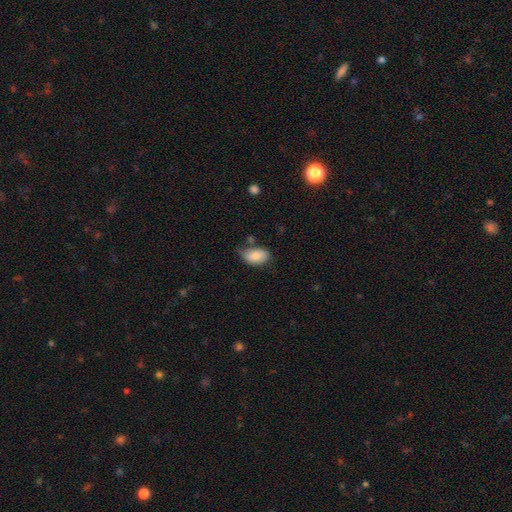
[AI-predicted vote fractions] Morphology: type=smooth (82%); roundness=in between (91%); merging=none (49%).